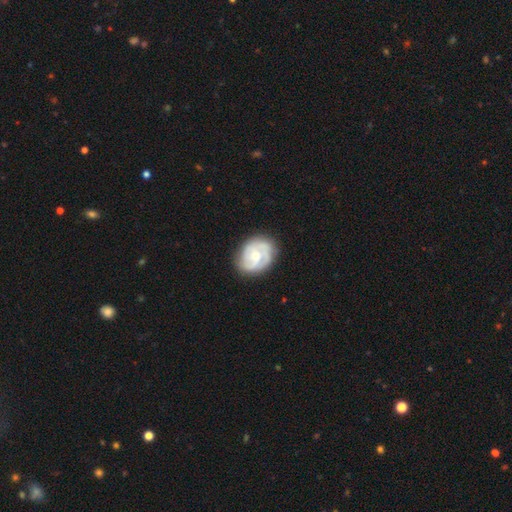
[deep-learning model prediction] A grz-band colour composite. It shows a featured or disk galaxy (76%) with no bar (62%), 2 (40%) tight (52%) spiral arms (91%) and a moderate central bulge (52%). Merging: none (71%).